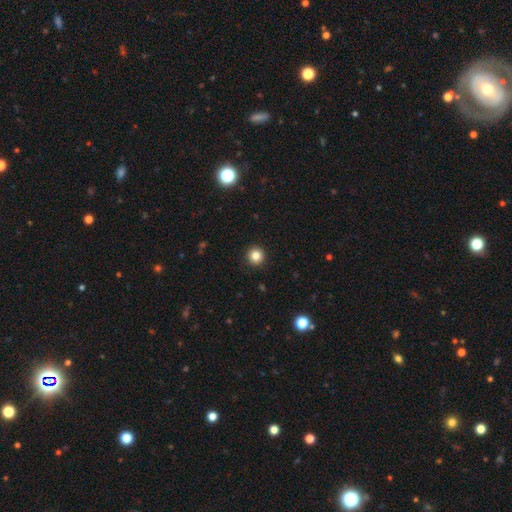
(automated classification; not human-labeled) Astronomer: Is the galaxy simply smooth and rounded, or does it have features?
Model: smooth — 83%.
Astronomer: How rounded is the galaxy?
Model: round — 95%.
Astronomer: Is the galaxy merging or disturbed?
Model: none — 93%.